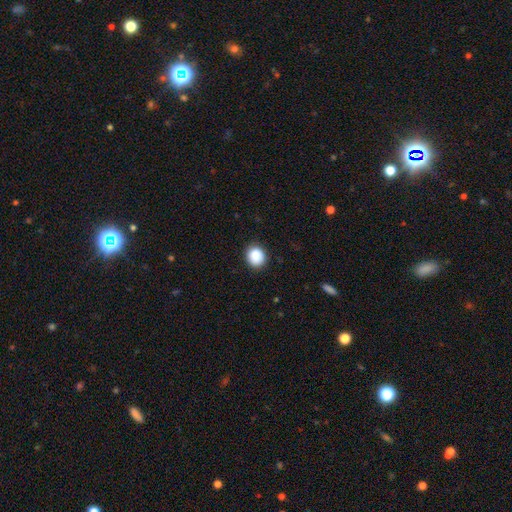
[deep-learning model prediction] Q: Smooth or featured?
A: smooth (88%); runner-up: star or artifact (8%)
Q: How rounded?
A: round (81%); runner-up: in between (18%)
Q: Merging?
A: none (88%); runner-up: minor disturbance (9%)